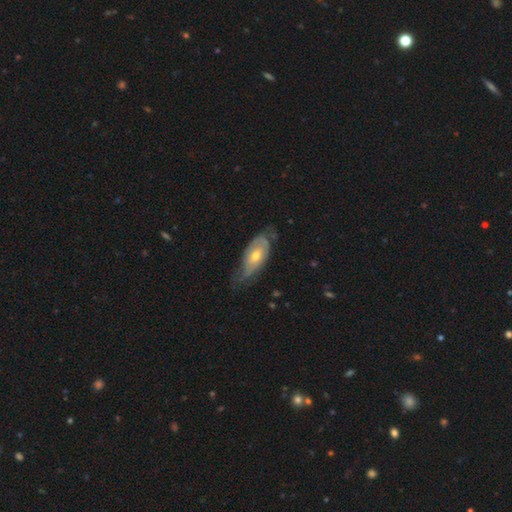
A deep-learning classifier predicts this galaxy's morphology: This appears to be a featured or disk galaxy (64%) with no bar (71%), spiral arms (74%) and a moderate central bulge (60%). Merging: none (51%).